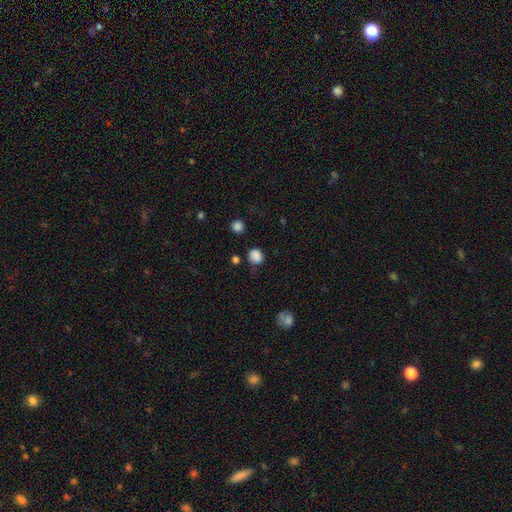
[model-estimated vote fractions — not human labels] Smooth or featured?
  - smooth: 82% *
  - star or artifact: 12%
  - featured or disk: 5%
How rounded?
  - round: 72% *
  - in between: 27%
  - cigar-shaped: 1%
Merging?
  - none: 63% *
  - minor disturbance: 26%
  - major disturbance: 9%
  - merger: 3%